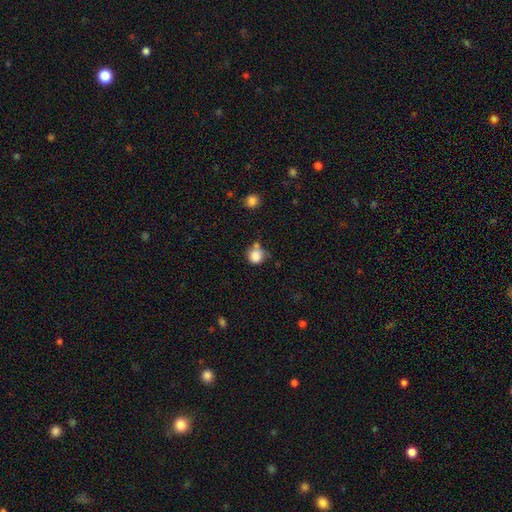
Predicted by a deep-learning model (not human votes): smooth-or-featured: smooth: 83% | star or artifact: 10% | featured or disk: 7%
  how-rounded: round: 87% | in between: 12% | cigar-shaped: 1%
  merging: none: 52% | minor disturbance: 22% | merger: 19% | major disturbance: 7%